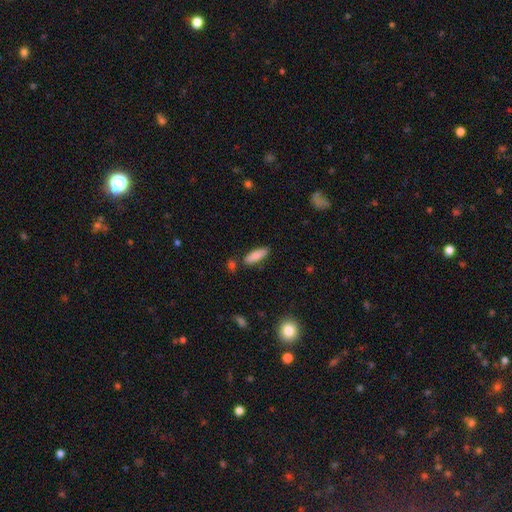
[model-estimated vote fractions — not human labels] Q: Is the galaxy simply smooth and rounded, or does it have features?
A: smooth — 79%.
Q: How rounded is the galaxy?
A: in between — 52%.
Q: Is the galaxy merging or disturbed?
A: none — 79%.